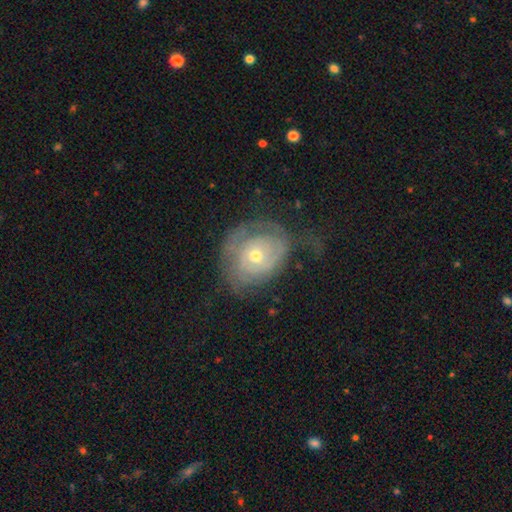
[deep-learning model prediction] A featured or disk galaxy (69%) with no bar (84%), spiral arms (72%) and a moderate central bulge (54%). Merging: none (51%).